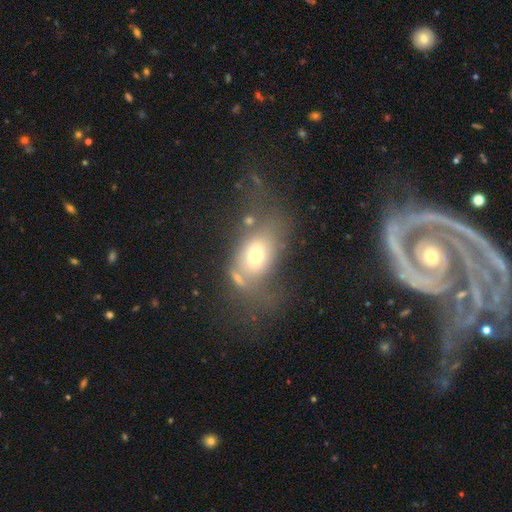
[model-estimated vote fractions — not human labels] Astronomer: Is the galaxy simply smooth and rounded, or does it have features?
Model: smooth — 61%.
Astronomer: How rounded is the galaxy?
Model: in between — 73%.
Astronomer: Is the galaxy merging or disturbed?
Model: none — 38% (runner-up: major disturbance, 29%).